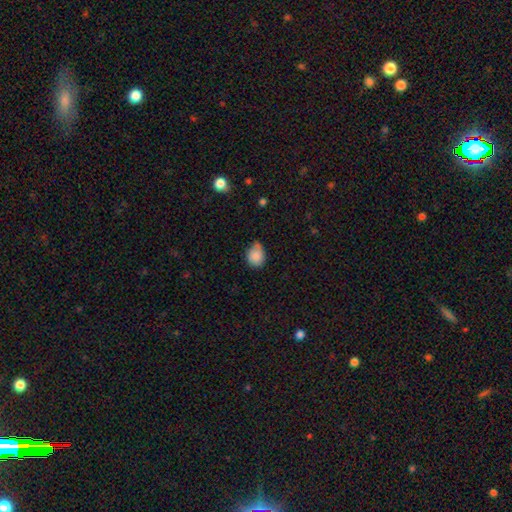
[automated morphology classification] smooth_or_featured: smooth (p=0.85) [alt: star or artifact p=0.09]
how_rounded: round (p=0.58) [alt: in between p=0.41]
merging: none (p=0.46) [alt: minor disturbance p=0.41]